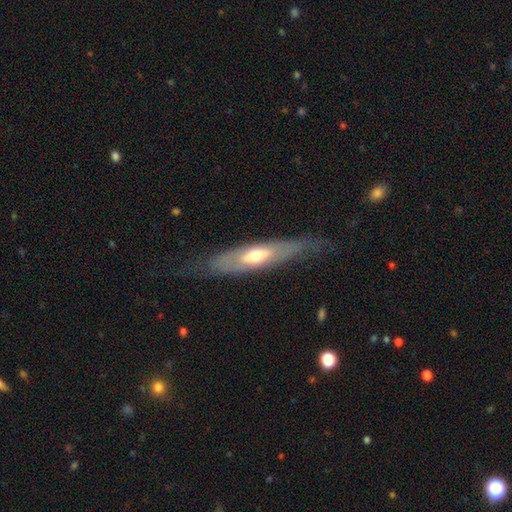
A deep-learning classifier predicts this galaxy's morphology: smooth_or_featured: featured or disk (p=0.60) [alt: smooth p=0.34]
disk_edge_on: yes (p=0.54) [alt: no p=0.46]
merging: none (p=0.71) [alt: minor disturbance p=0.19]